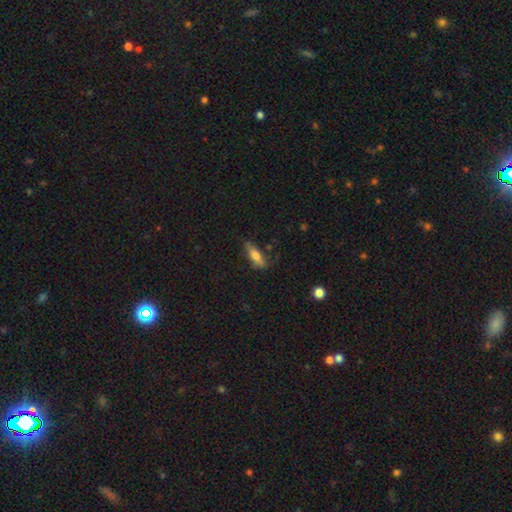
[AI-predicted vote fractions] Smooth or featured?
  - smooth: 69% *
  - featured or disk: 24%
  - star or artifact: 7%
How rounded?
  - cigar-shaped: 54% *
  - in between: 44%
  - round: 2%
Merging?
  - none: 74% *
  - minor disturbance: 20%
  - major disturbance: 4%
  - merger: 2%